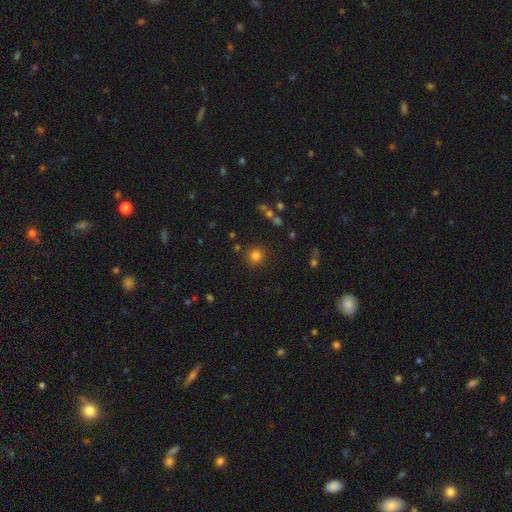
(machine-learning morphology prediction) smooth 80%, star or artifact 15%, featured or disk 6%. Down the decision tree: how rounded — round (91%); merging — none (87%).